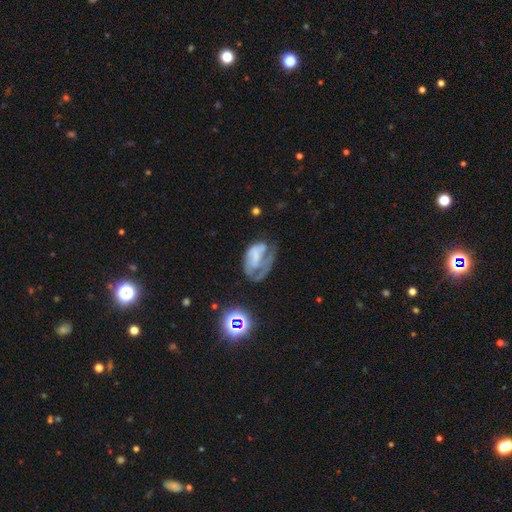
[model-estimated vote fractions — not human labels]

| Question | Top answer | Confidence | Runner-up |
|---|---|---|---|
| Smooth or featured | featured or disk | 55% | smooth (35%) |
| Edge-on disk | no | 96% | yes (4%) |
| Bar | no | 63% | weak (26%) |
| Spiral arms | yes | 55% | no (45%) |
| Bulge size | none | 44% | small (27%) |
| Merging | major disturbance | 44% | none (26%) |